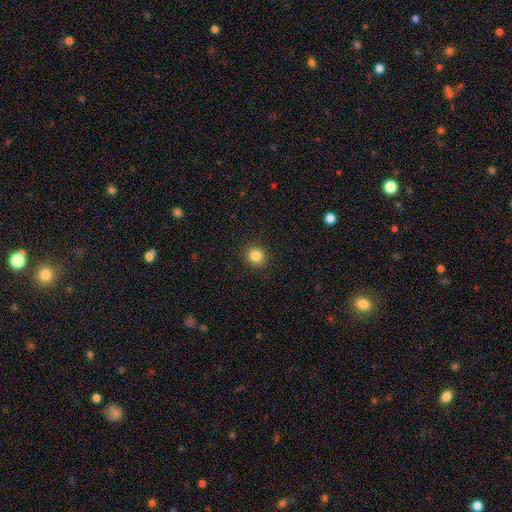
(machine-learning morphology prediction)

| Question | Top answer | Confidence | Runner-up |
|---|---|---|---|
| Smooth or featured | smooth | 84% | star or artifact (11%) |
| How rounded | round | 87% | in between (12%) |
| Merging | none | 91% | minor disturbance (6%) |